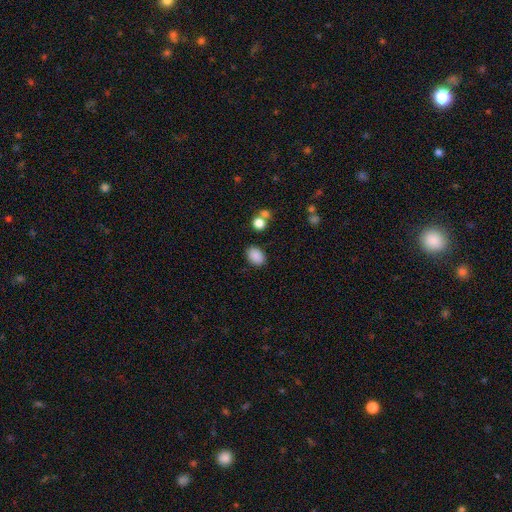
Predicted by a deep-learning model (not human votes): smooth-or-featured: smooth: 88% | star or artifact: 9% | featured or disk: 4%
  how-rounded: in between: 78% | round: 21% | cigar-shaped: 1%
  merging: none: 83% | minor disturbance: 10% | merger: 4% | major disturbance: 3%